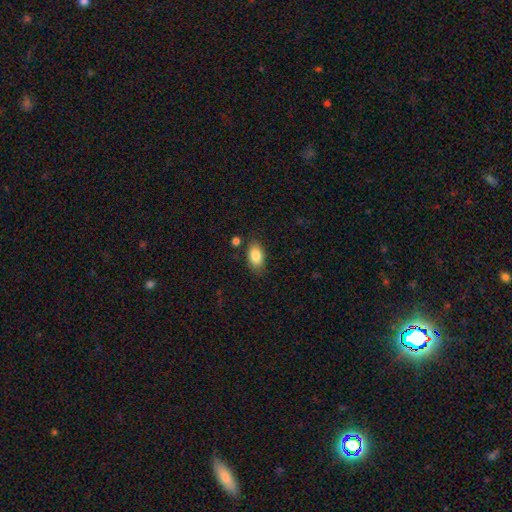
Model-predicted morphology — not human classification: smooth_or_featured: smooth (p=0.85) [alt: featured or disk p=0.08]
how_rounded: in between (p=0.92) [alt: round p=0.06]
merging: none (p=0.81) [alt: minor disturbance p=0.13]